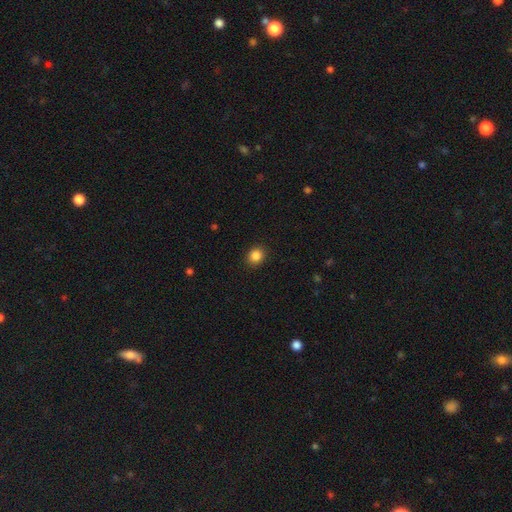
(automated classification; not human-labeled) Morphology: type=smooth (86%); roundness=round (76%); merging=none (91%).